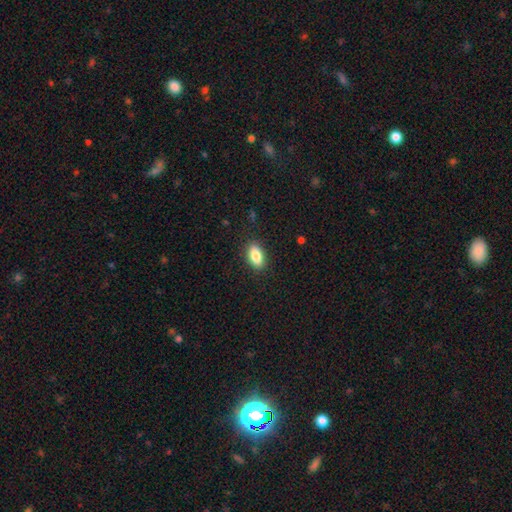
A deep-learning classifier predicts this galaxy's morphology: This is clearly a smooth galaxy (85%). How rounded: clearly in between (89%). Merging: clearly none (87%).